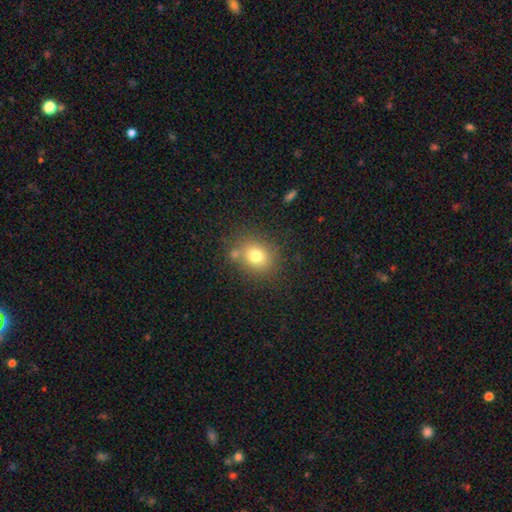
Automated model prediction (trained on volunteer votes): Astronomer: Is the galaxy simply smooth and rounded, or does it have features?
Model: smooth — 76%.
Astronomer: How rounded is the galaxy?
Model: round — 71%.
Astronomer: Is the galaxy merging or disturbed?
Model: none — 74%.